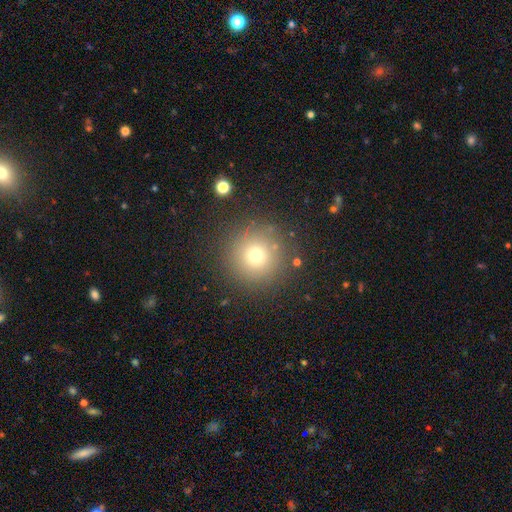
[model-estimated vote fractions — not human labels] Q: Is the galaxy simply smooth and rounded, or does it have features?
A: smooth — 71%.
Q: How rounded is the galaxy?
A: round — 96%.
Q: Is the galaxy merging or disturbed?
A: none — 87%.